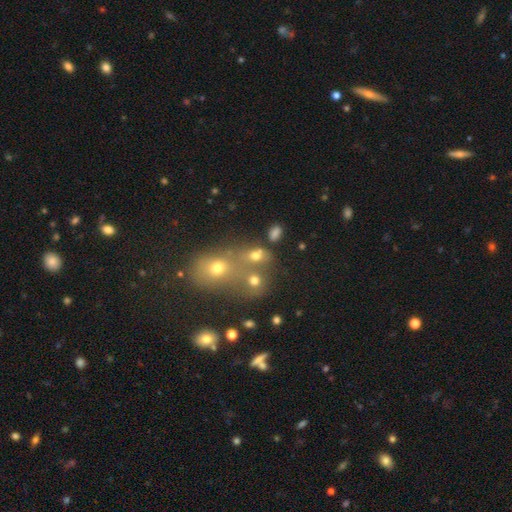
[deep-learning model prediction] A smooth galaxy with no disk features (66%) that is in between round and cigar-shaped (51%).

Vote fractions:
- Smooth or featured? smooth: 66% / star or artifact: 19% / featured or disk: 15%
- How rounded? in between: 51% / round: 47% / cigar-shaped: 2%
- Merging? merger: 46% / none: 38% / minor disturbance: 10% / major disturbance: 7%